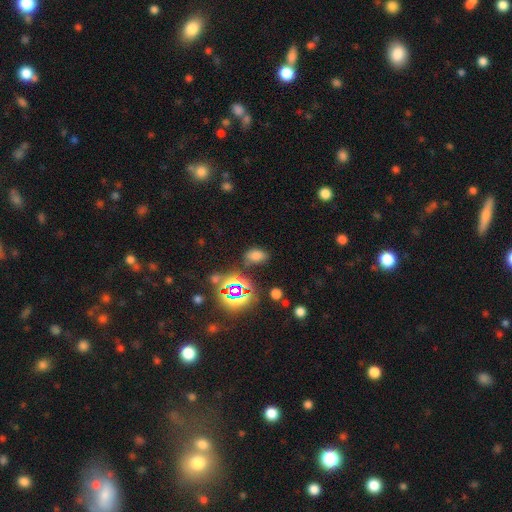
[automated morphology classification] This appears to be a smooth galaxy with no disk features (63%) that is in between round and cigar-shaped (86%). Merging: none (75%).